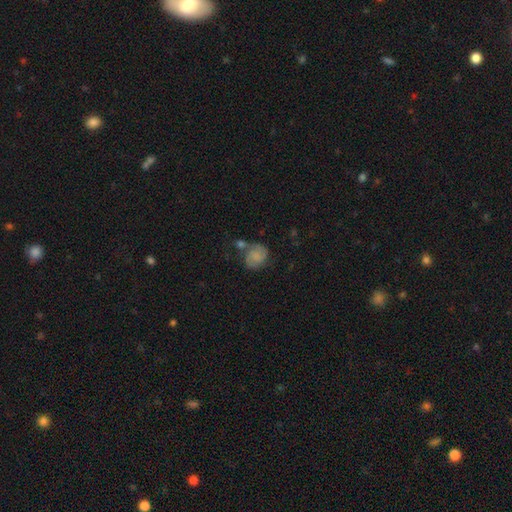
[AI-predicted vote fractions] Overall: smooth (46%; featured or disk 44%). Merging: none (45%; merger 22%).